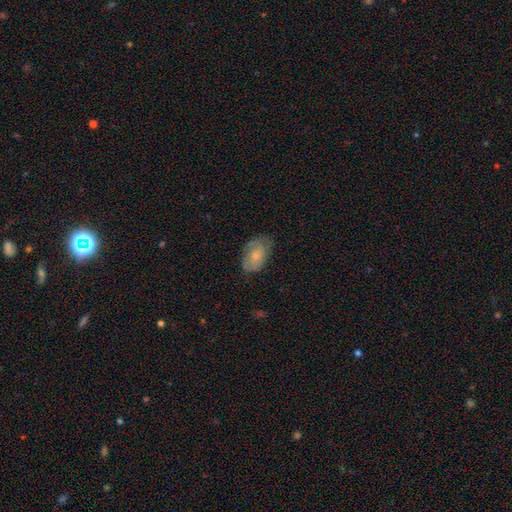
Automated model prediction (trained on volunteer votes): This is possibly a smooth galaxy (56%). How rounded: clearly in between (90%). Merging: likely none (63%).